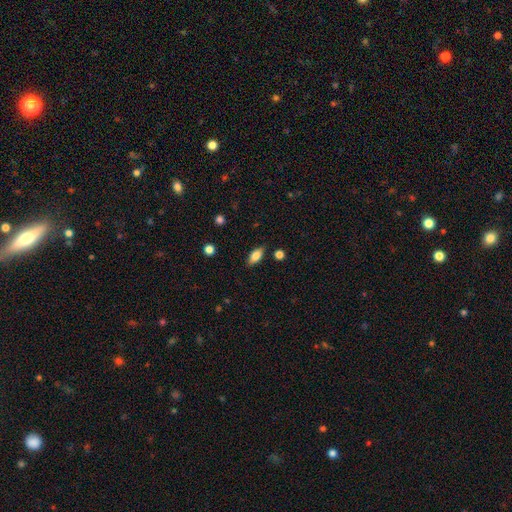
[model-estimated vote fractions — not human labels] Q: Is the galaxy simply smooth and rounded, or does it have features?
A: smooth — 80%.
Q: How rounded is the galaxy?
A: in between — 87%.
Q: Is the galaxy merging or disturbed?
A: none — 85%.